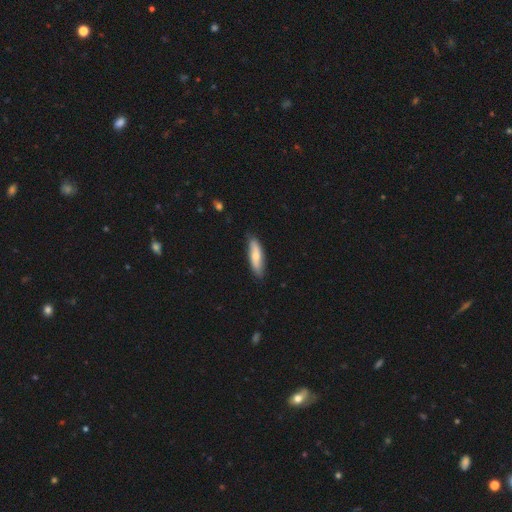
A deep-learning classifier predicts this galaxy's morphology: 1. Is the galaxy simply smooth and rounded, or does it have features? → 66% smooth, 28% featured or disk, 5% star or artifact.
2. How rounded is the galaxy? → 54% cigar-shaped, 44% in between, 2% round.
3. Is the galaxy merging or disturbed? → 82% none, 15% minor disturbance, 2% major disturbance, 1% merger.